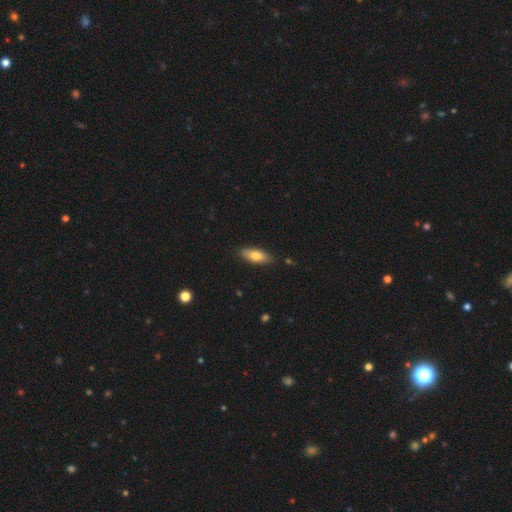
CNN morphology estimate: smooth 73%, featured or disk 20%, star or artifact 6%. Down the decision tree: how rounded — in between (71%); merging — none (86%).